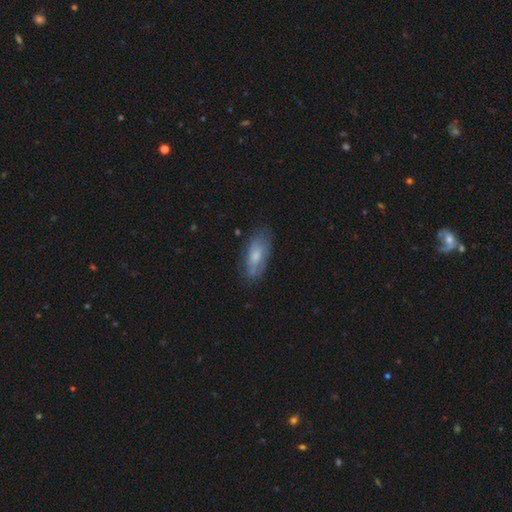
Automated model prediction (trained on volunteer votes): Smooth or featured? smooth (59%)
How rounded? in between (79%)
Merging? none (66%)